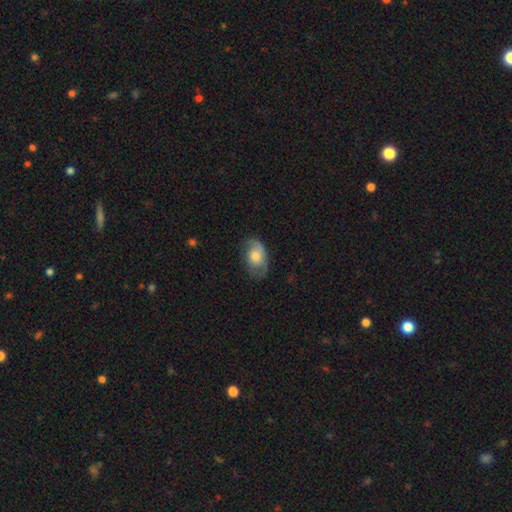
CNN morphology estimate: Q: Smooth or featured?
A: smooth (53%); runner-up: featured or disk (40%)
Q: How rounded?
A: in between (86%); runner-up: round (12%)
Q: Merging?
A: none (57%); runner-up: minor disturbance (28%)